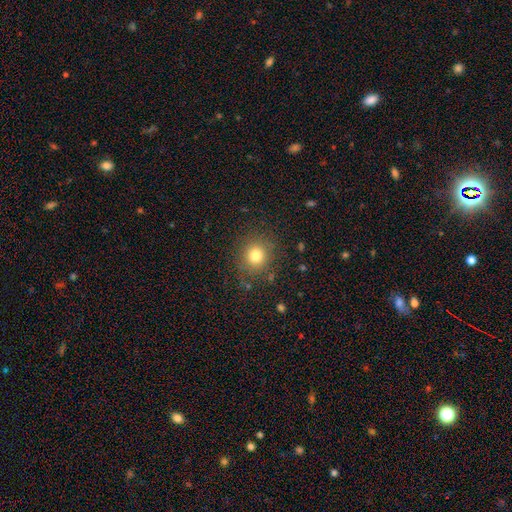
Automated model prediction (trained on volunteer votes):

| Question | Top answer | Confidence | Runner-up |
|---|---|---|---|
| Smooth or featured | smooth | 78% | star or artifact (14%) |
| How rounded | round | 86% | in between (13%) |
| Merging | none | 85% | minor disturbance (9%) |